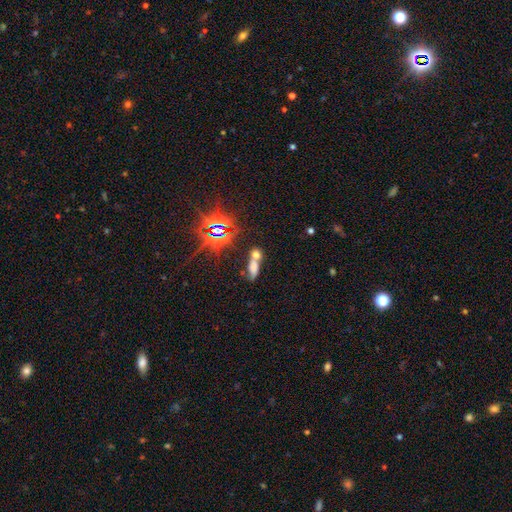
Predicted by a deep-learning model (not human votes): Smooth or featured: smooth — 57% (star or artifact — 27%)
How rounded: in between — 63% (cigar-shaped — 22%)
Merging: merger — 54% (none — 31%)